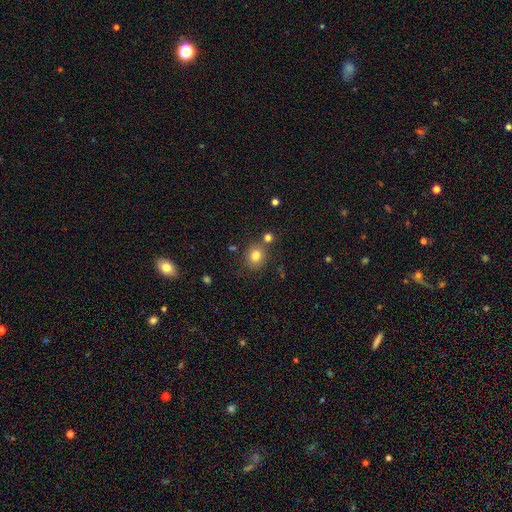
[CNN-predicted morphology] This appears to be a smooth galaxy with no disk features (80%) that is round (75%). Merging: none (74%).